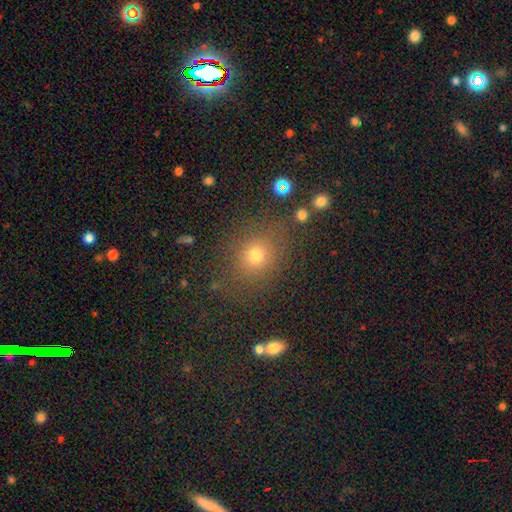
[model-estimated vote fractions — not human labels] smooth-or-featured: smooth: 72% | star or artifact: 19% | featured or disk: 10%
  how-rounded: round: 71% | in between: 28% | cigar-shaped: 1%
  merging: none: 80% | minor disturbance: 11% | major disturbance: 5% | merger: 4%